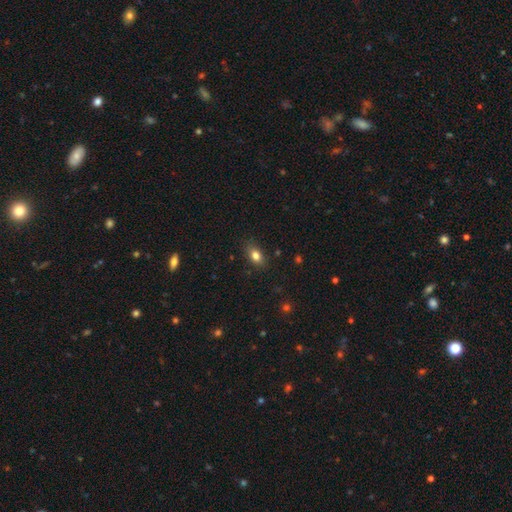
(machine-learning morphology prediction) Smooth or featured? smooth (81%)
How rounded? in between (81%)
Merging? none (82%)